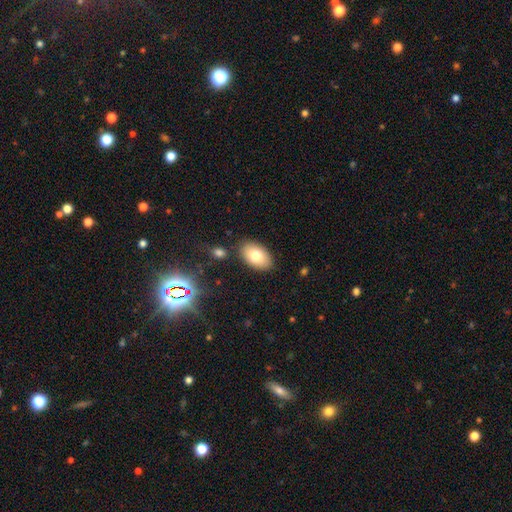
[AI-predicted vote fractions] Smooth or featured? Predicted: smooth (p=0.79). How rounded? Predicted: in between (p=0.93). Merging? Predicted: none (p=0.84).